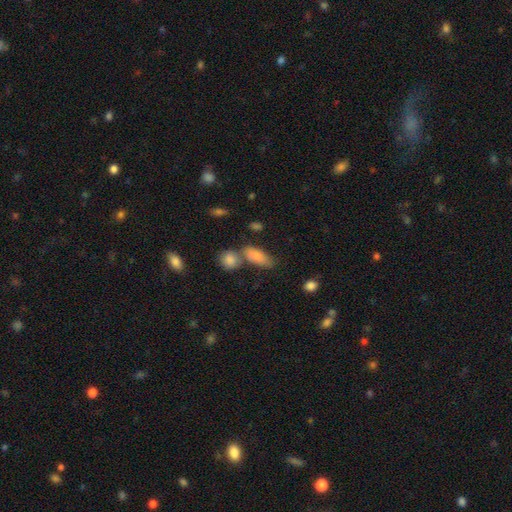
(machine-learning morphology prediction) A smooth galaxy with no disk features (78%) that is in between round and cigar-shaped (77%). Merging: none (54%).